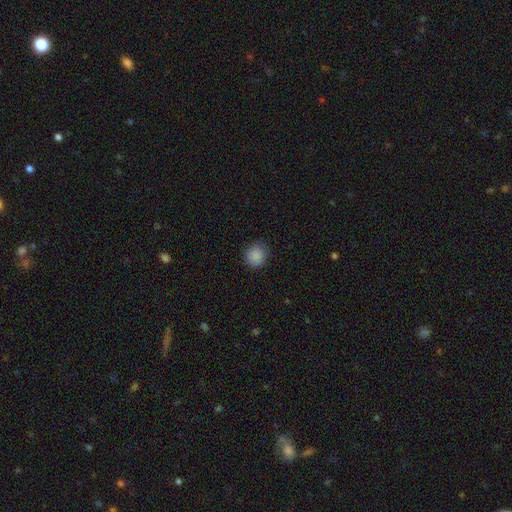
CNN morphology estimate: Smooth or featured? smooth (87%)
How rounded? round (85%)
Merging? none (82%)